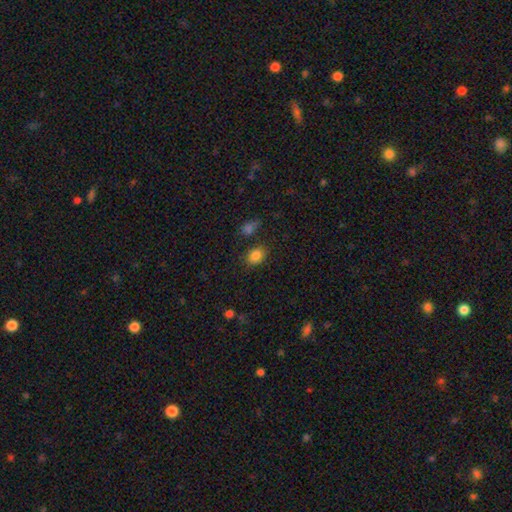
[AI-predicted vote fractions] A smooth galaxy with no disk features (83%) that is in between round and cigar-shaped (54%). Merging: none (79%).